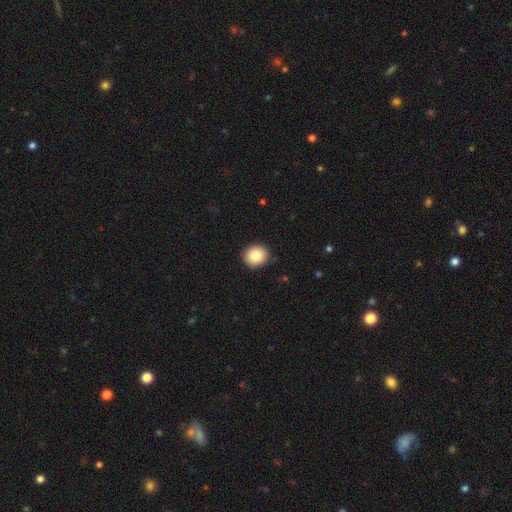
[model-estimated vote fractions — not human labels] Overall: smooth (83%). How rounded: round (83%). Merging: none (91%).